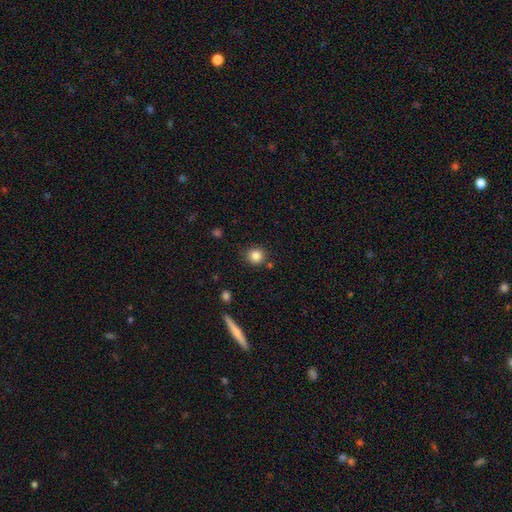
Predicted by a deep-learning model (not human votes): A smooth galaxy with no disk features (85%) that is round (88%). Merging: none (79%).